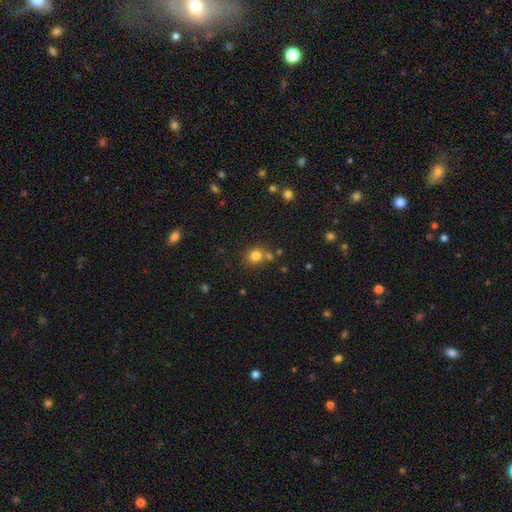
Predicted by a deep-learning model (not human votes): Morphology: type=smooth (80%); roundness=round (82%); merging=none (68%).